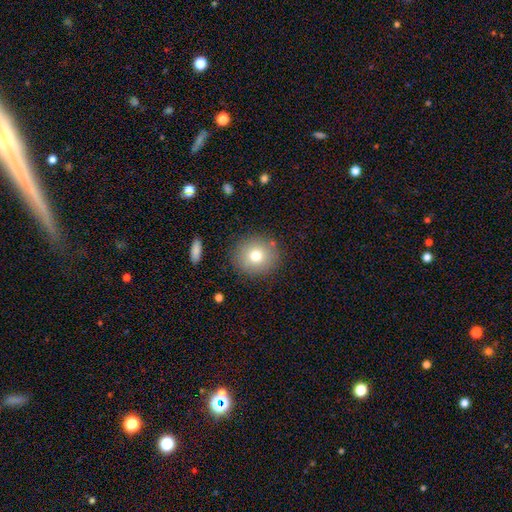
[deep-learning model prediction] The model was most divided on "smooth or featured": smooth: 76%, featured or disk: 13%, star or artifact: 11%. More confident: how rounded — round (88%); merging — none (87%).